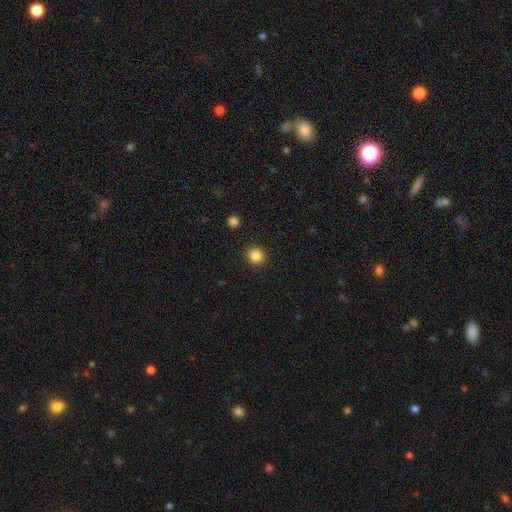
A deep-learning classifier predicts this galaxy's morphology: A smooth galaxy with no disk features (84%) that is round (92%).

Vote fractions:
- Smooth or featured? smooth: 84% / star or artifact: 11% / featured or disk: 5%
- How rounded? round: 92% / in between: 7% / cigar-shaped: 1%
- Merging? none: 92% / minor disturbance: 5% / major disturbance: 2% / merger: 1%